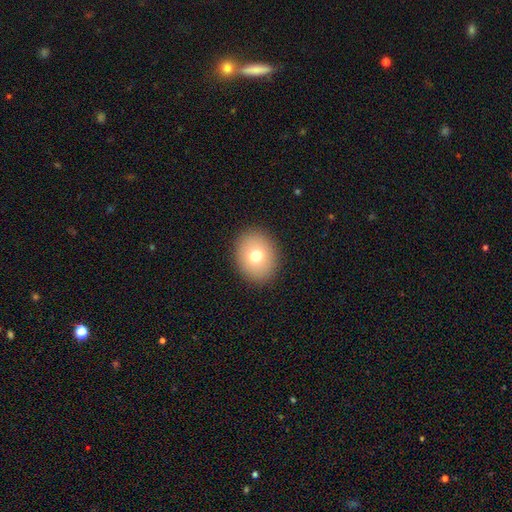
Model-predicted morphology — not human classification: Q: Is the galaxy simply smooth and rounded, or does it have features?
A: smooth — 75%.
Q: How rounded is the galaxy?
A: round — 59%.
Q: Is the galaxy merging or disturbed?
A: none — 90%.